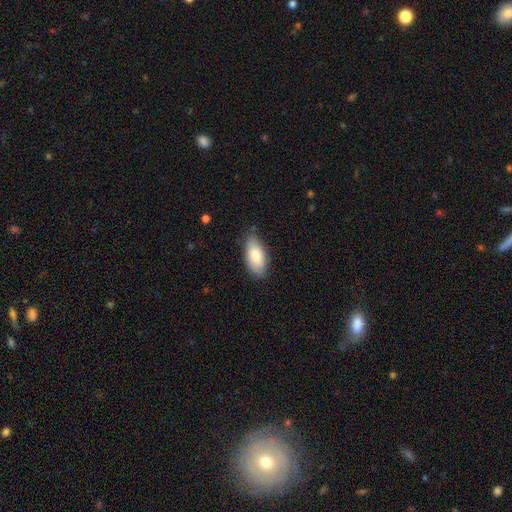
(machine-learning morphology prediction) Overall: smooth (82%). How rounded: in between (90%). Merging: none (77%).